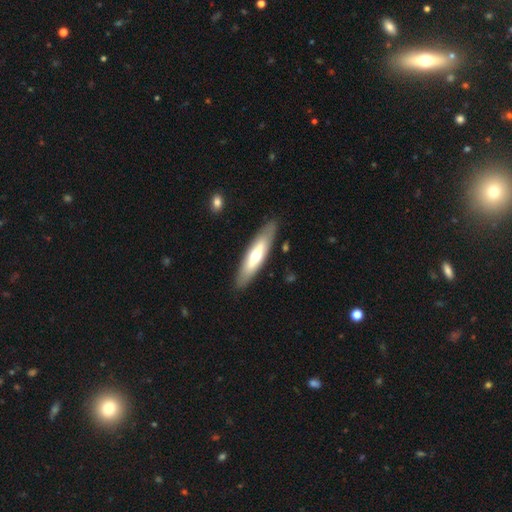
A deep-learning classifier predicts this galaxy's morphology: Smooth or featured? Predicted: smooth (p=0.50). Merging? Predicted: none (p=0.87).